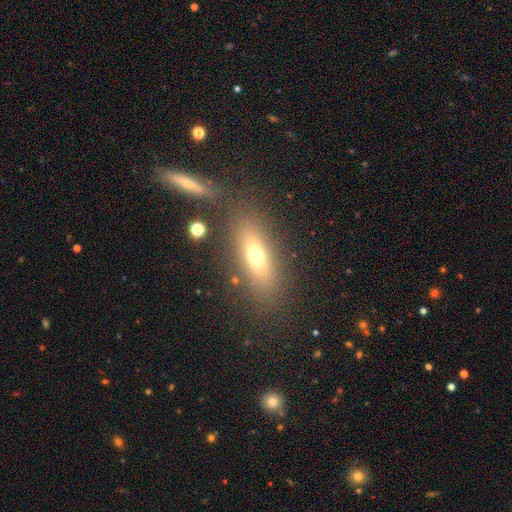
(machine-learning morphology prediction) A smooth galaxy with no disk features (63%) that is in between round and cigar-shaped (59%). Merging: none (77%).